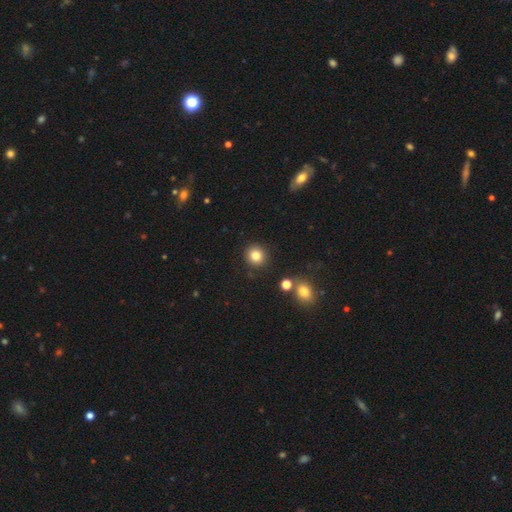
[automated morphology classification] Smooth or featured?
  - smooth: 83% *
  - star or artifact: 11%
  - featured or disk: 6%
How rounded?
  - round: 89% *
  - in between: 10%
  - cigar-shaped: 1%
Merging?
  - none: 88% *
  - minor disturbance: 7%
  - merger: 3%
  - major disturbance: 2%